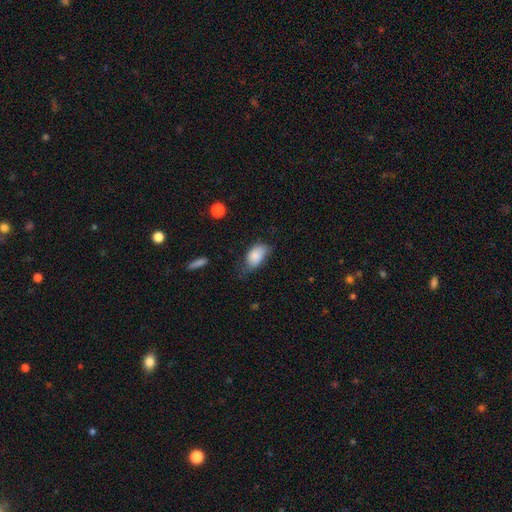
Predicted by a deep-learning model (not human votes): This is clearly a smooth galaxy (83%). How rounded: clearly in between (90%). Merging: marginally minor disturbance (42%).